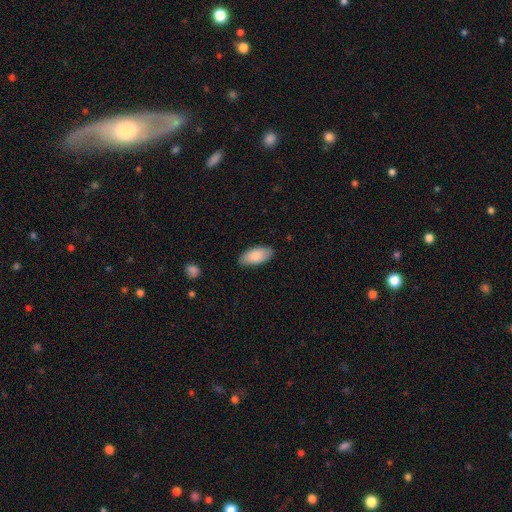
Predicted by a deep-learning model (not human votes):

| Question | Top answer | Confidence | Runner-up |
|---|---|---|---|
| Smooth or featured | smooth | 83% | featured or disk (12%) |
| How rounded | in between | 92% | cigar-shaped (6%) |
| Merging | none | 86% | minor disturbance (11%) |